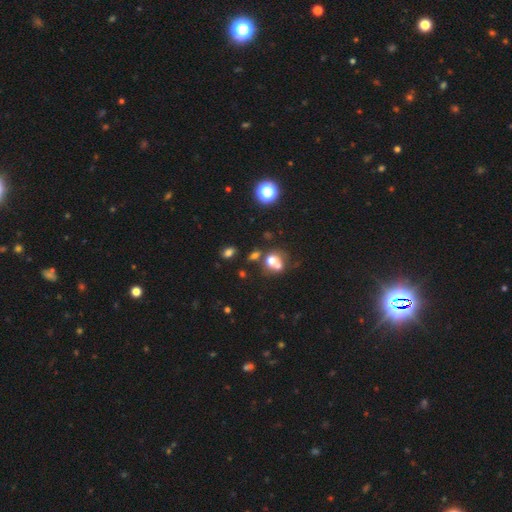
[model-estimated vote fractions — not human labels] Morphology: type=smooth (56%); roundness=round (79%); merging=none (46%).